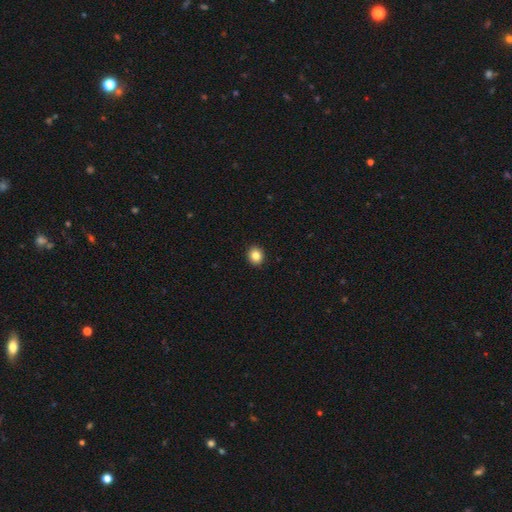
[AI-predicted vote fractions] The model was most divided on "how rounded": round: 78%, in between: 22%, cigar-shaped: 1%. More confident: merging — none (93%); smooth or featured — smooth (84%).